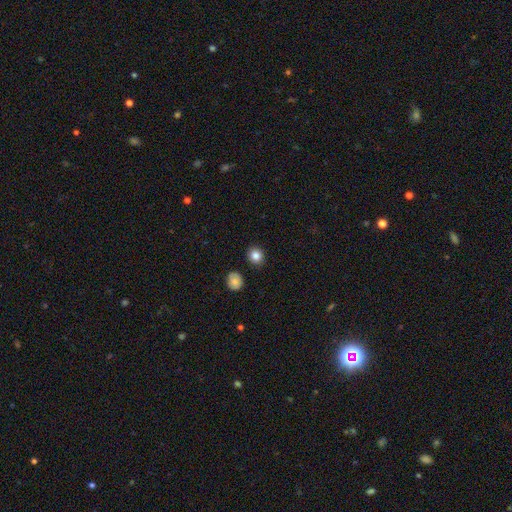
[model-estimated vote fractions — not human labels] Smooth or featured: smooth — 84% (star or artifact — 10%)
How rounded: round — 83% (in between — 16%)
Merging: none — 90% (minor disturbance — 6%)